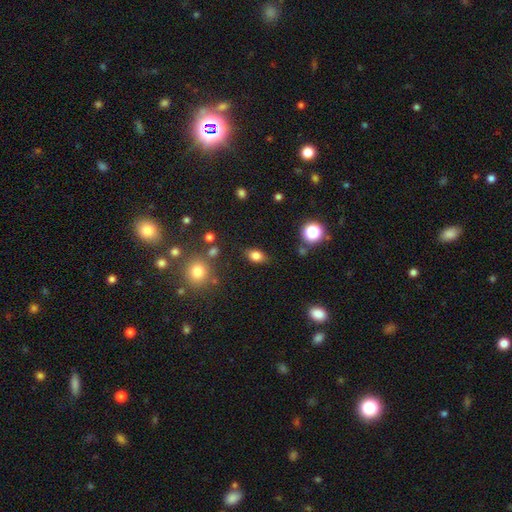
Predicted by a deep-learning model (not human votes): A smooth galaxy with no disk features (80%) that is in between round and cigar-shaped (78%).

Vote fractions:
- Smooth or featured? smooth: 80% / star or artifact: 12% / featured or disk: 8%
- How rounded? in between: 78% / round: 20% / cigar-shaped: 2%
- Merging? none: 82% / minor disturbance: 12% / major disturbance: 3% / merger: 3%